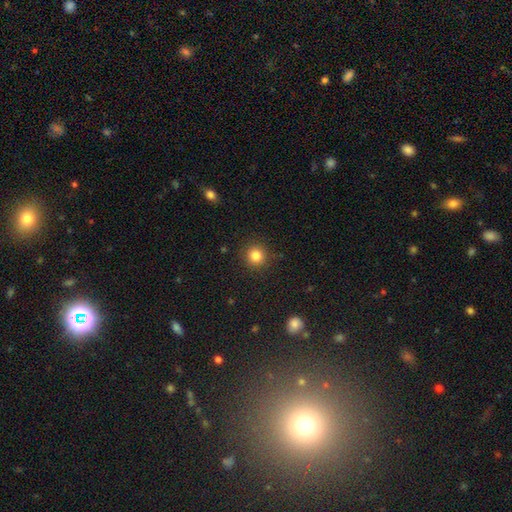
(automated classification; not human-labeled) Morphology: type=smooth (83%); roundness=round (93%); merging=none (91%).